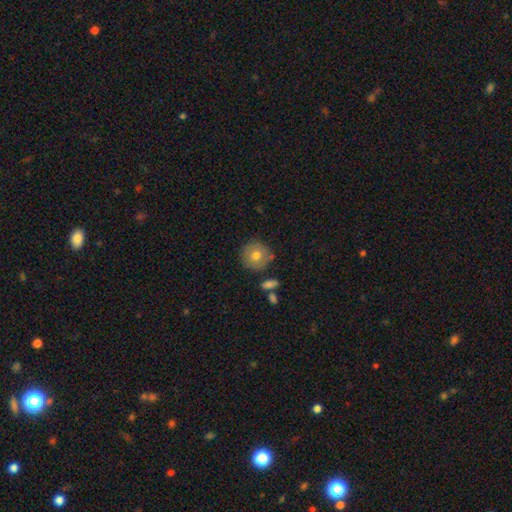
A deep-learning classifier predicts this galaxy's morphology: The model was most divided on "smooth or featured": smooth: 73%, featured or disk: 18%, star or artifact: 9%. More confident: how rounded — round (93%); merging — none (80%).